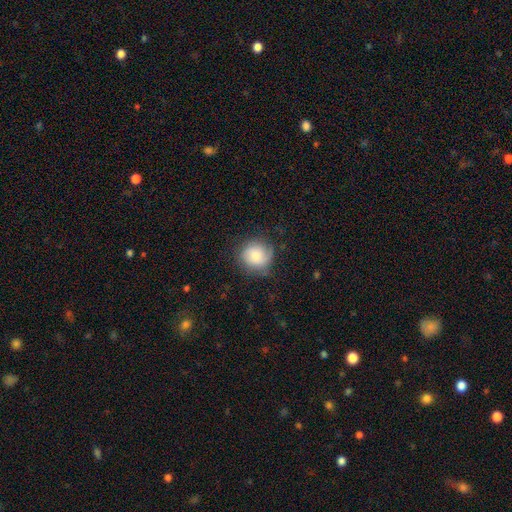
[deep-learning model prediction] This appears to be a smooth galaxy with no disk features (71%) that is round (87%). Merging: none (74%).